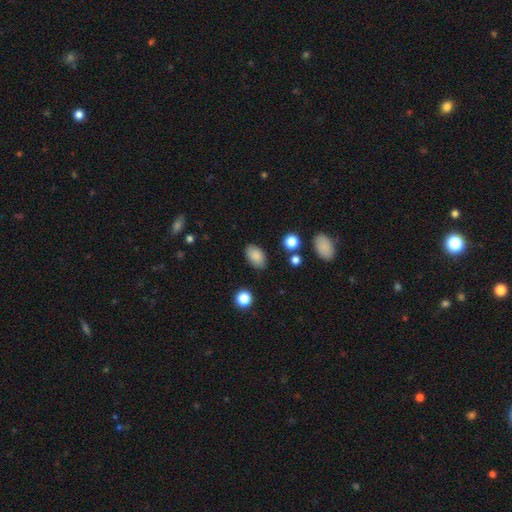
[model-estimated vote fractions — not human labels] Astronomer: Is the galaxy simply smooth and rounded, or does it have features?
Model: smooth — 86%.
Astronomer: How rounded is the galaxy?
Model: in between — 91%.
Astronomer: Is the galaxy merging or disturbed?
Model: none — 84%.